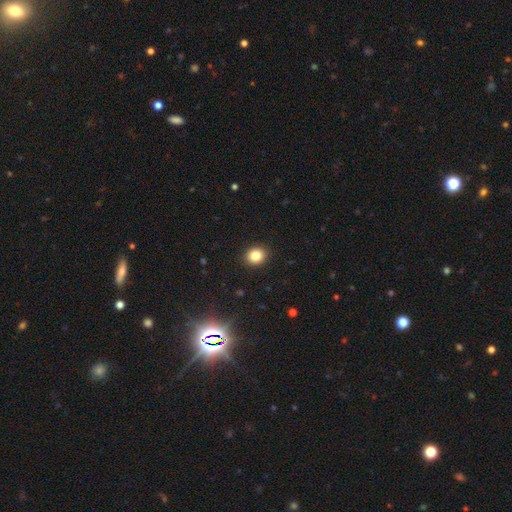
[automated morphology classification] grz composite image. It shows a smooth galaxy with no disk features (84%) that is round (67%). Merging: none (91%).